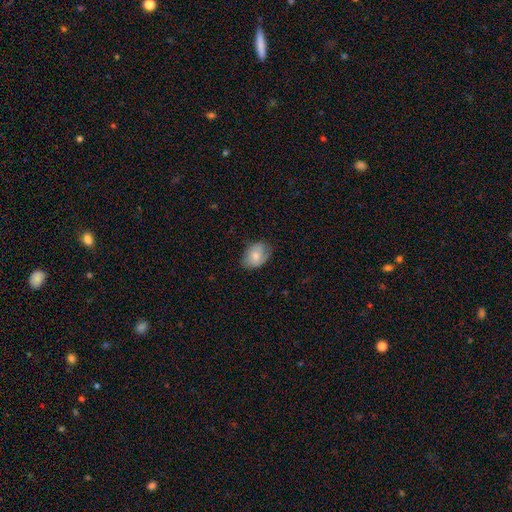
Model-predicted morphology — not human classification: A smooth galaxy with no disk features (71%) that is in between round and cigar-shaped (76%). Merging: none (68%).